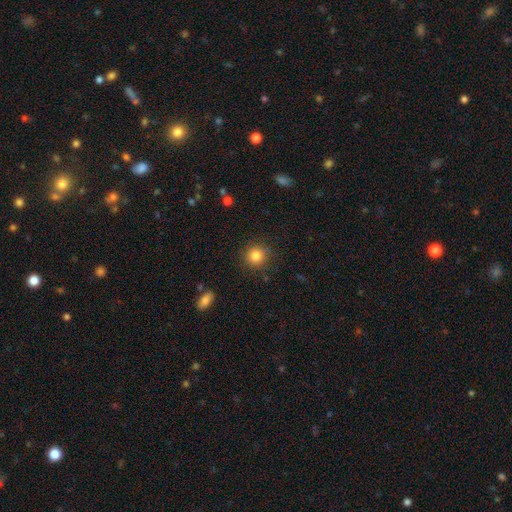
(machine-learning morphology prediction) smooth 84%, star or artifact 11%, featured or disk 5%. Down the decision tree: how rounded — round (93%); merging — none (89%).